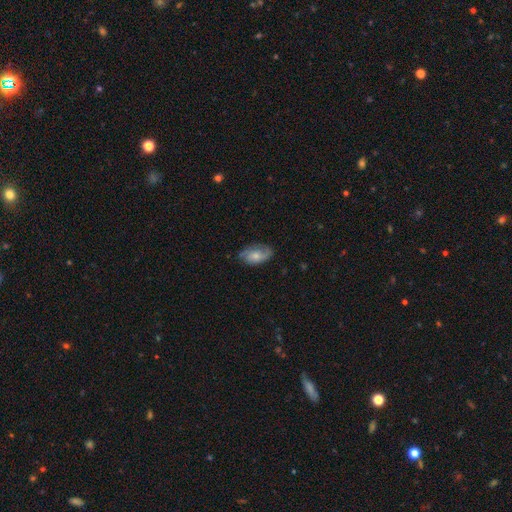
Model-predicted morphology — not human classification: featured or disk 53%, smooth 40%, star or artifact 7%. Down the decision tree: edge-on disk — no (94%); merging — none (69%).